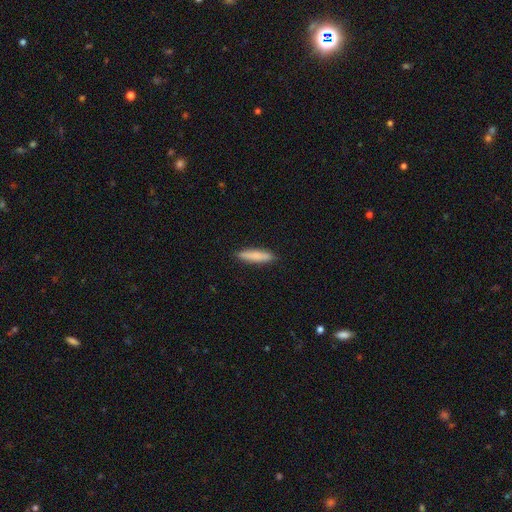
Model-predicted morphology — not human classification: smooth_or_featured: smooth (p=0.84) [alt: featured or disk p=0.11]
how_rounded: cigar-shaped (p=0.84) [alt: in between p=0.15]
merging: none (p=0.90) [alt: minor disturbance p=0.07]